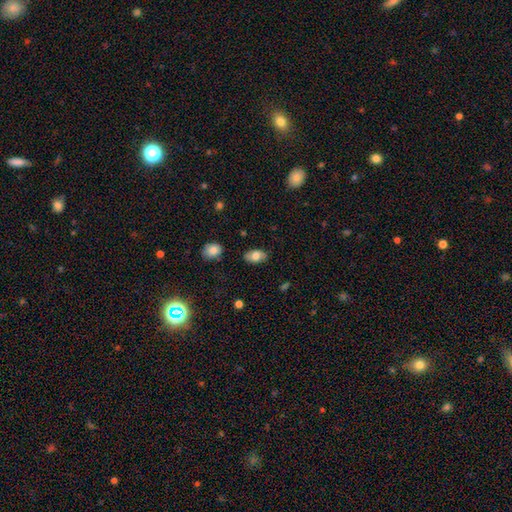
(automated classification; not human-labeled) This appears to be a smooth galaxy with no disk features (73%) that is in between round and cigar-shaped (92%). Merging: none (82%).